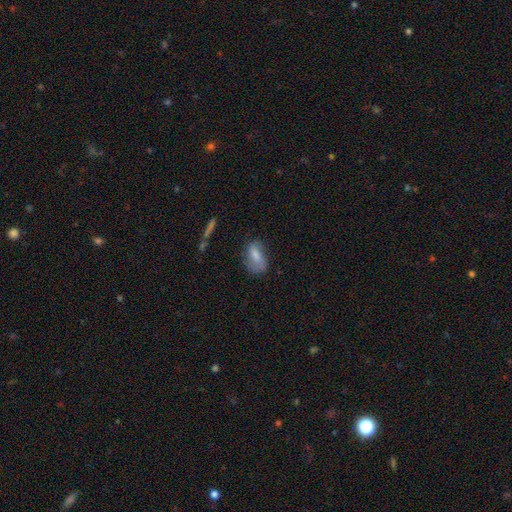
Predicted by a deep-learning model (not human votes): smooth 72%, featured or disk 19%, star or artifact 8%. Down the decision tree: how rounded — in between (87%); merging — none (49%).